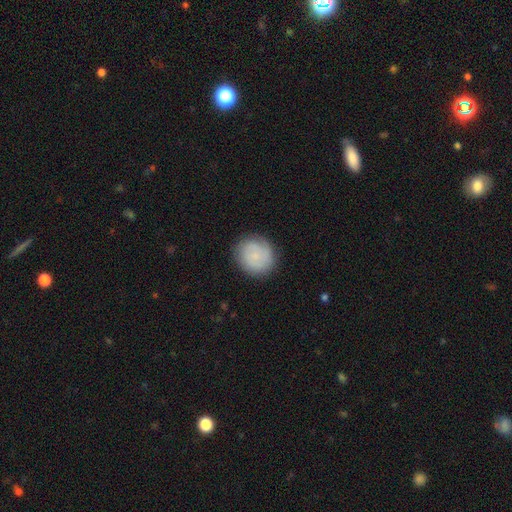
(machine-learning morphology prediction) Smooth or featured? Predicted: smooth (p=0.58). How rounded? Predicted: round (p=0.86). Merging? Predicted: none (p=0.83).